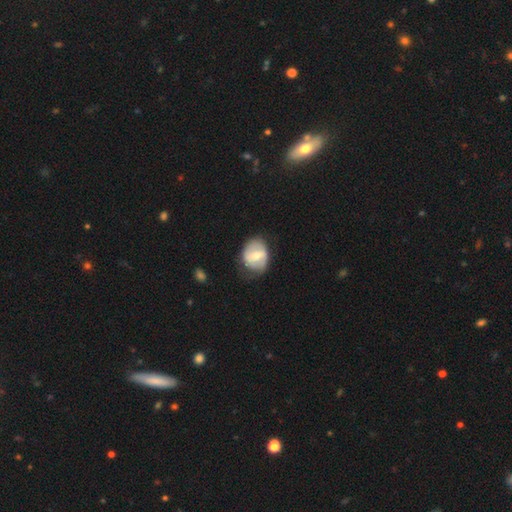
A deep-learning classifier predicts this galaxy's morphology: Smooth or featured? Predicted: featured or disk (p=0.53). Edge-on disk? Predicted: no (p=0.96). Bar? Predicted: weak (p=0.45). Spiral arms? Predicted: no (p=0.57). Bulge size? Predicted: moderate (p=0.67). Merging? Predicted: none (p=0.68).